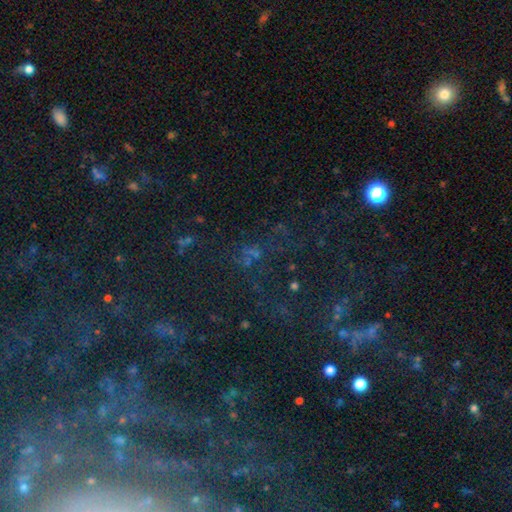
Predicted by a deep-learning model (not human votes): Smooth or featured? Predicted: star or artifact (p=0.69).